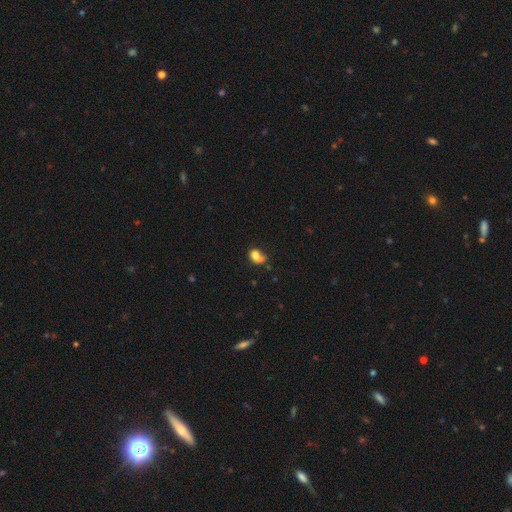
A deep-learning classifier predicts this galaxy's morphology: Overall: smooth (73%). How rounded: in between (65%; round 33%). Merging: none (32%; minor disturbance 26%).